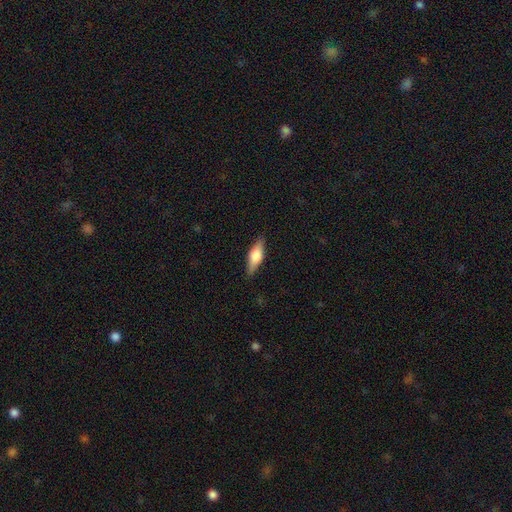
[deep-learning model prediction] Q: Smooth or featured?
A: smooth (55%); runner-up: featured or disk (39%)
Q: How rounded?
A: in between (60%); runner-up: cigar-shaped (37%)
Q: Merging?
A: none (86%); runner-up: minor disturbance (11%)